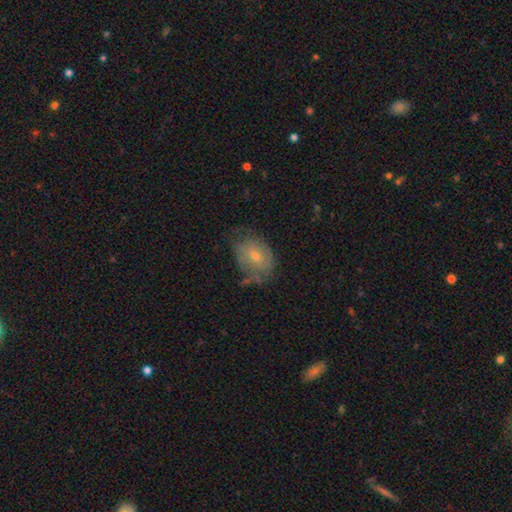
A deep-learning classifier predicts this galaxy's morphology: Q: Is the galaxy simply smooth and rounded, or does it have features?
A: smooth — 52%.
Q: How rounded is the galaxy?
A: in between — 63%.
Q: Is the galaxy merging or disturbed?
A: none — 50%.